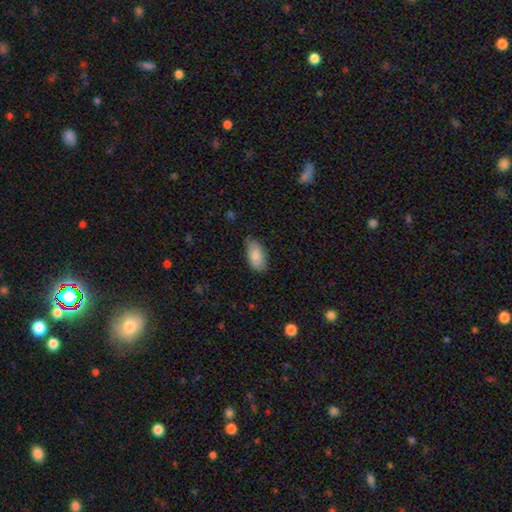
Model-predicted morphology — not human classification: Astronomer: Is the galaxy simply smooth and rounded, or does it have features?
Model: smooth — 86%.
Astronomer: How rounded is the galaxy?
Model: in between — 93%.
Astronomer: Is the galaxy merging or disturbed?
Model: none — 76%.